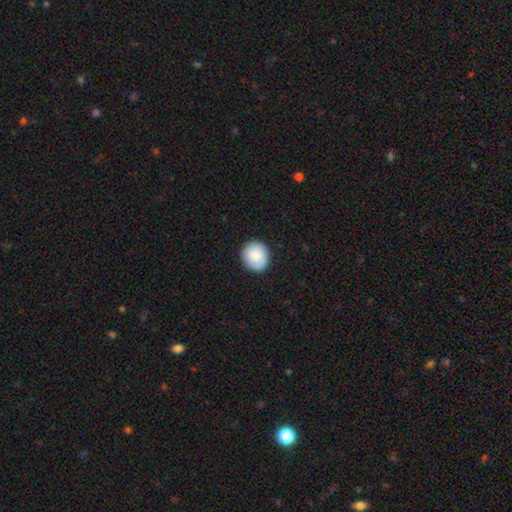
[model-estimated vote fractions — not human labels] Smooth or featured? Predicted: smooth (p=0.83). How rounded? Predicted: round (p=0.82). Merging? Predicted: none (p=0.88).